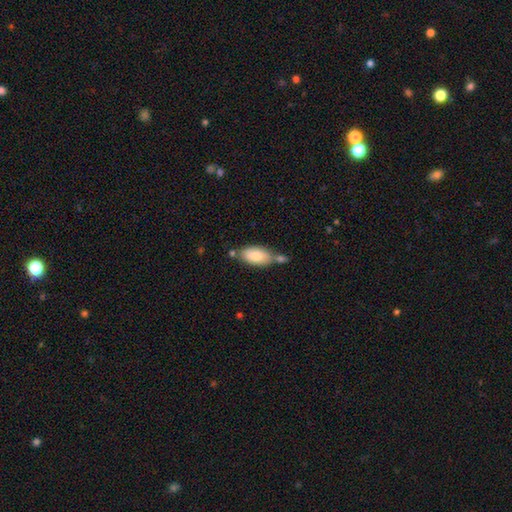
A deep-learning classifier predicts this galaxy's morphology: Smooth or featured? Predicted: smooth (p=0.84). How rounded? Predicted: in between (p=0.91). Merging? Predicted: none (p=0.49).